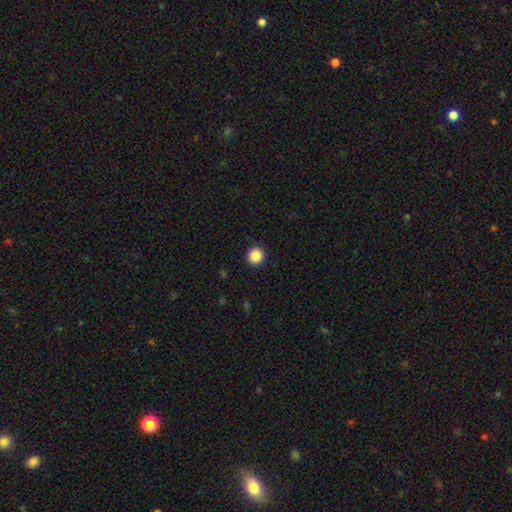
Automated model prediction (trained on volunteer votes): Smooth or featured? smooth (87%)
How rounded? round (94%)
Merging? none (93%)